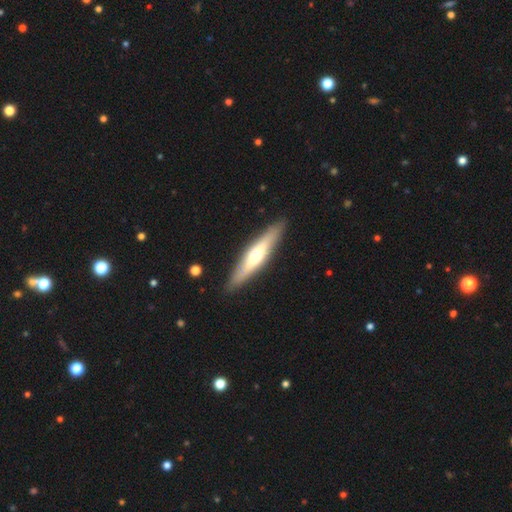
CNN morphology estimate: A featured or disk galaxy (52%) viewed edge-on (89%).

Vote fractions:
- Smooth or featured? featured or disk: 52% / smooth: 43% / star or artifact: 5%
- Edge-on disk? yes: 89% / no: 11%
- Merging? none: 89% / minor disturbance: 8% / major disturbance: 2% / merger: 1%